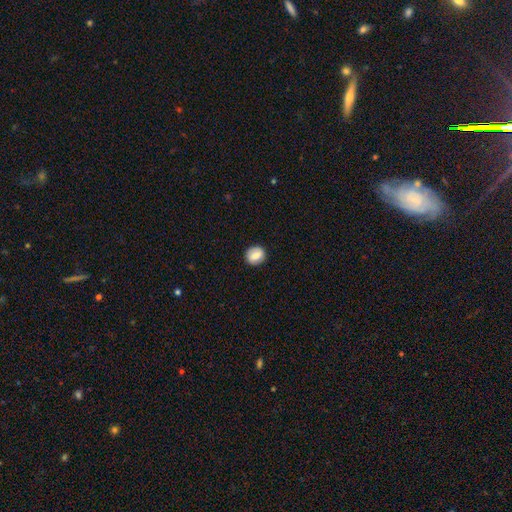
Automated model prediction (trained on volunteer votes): Smooth or featured? smooth (73%)
How rounded? round (75%)
Merging? none (89%)